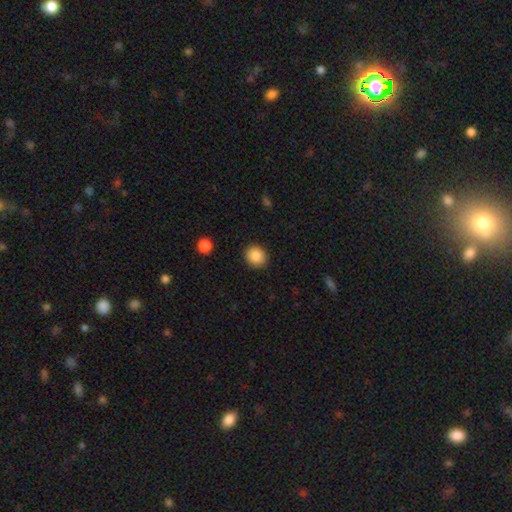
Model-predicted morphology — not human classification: A smooth galaxy with no disk features (87%) that is round (80%).

Vote fractions:
- Smooth or featured? smooth: 87% / star or artifact: 9% / featured or disk: 4%
- How rounded? round: 80% / in between: 19% / cigar-shaped: 1%
- Merging? none: 90% / minor disturbance: 7% / major disturbance: 2% / merger: 1%